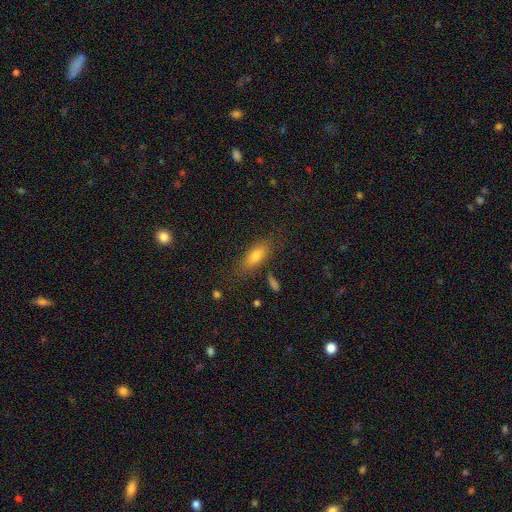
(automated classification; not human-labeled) This is likely a smooth galaxy (73%). How rounded: likely in between (71%). Merging: likely none (75%).